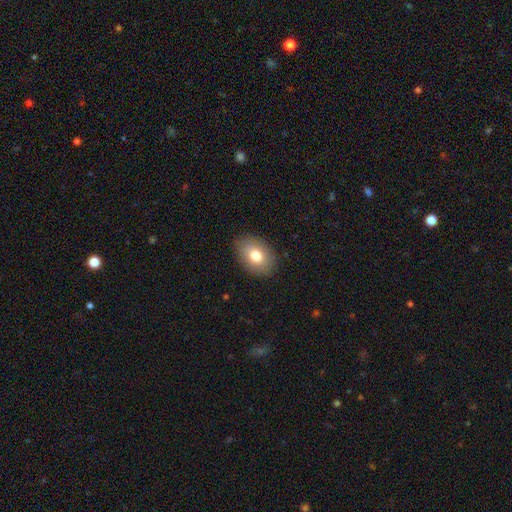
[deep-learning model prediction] smooth 78%, featured or disk 13%, star or artifact 8%. Down the decision tree: how rounded — in between (81%); merging — none (87%).